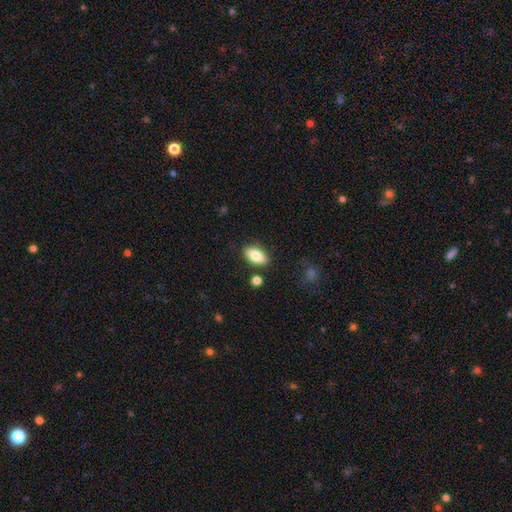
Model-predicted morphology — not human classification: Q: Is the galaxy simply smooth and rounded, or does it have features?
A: smooth — 82%.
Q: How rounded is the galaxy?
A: in between — 90%.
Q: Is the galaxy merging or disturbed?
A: none — 83%.